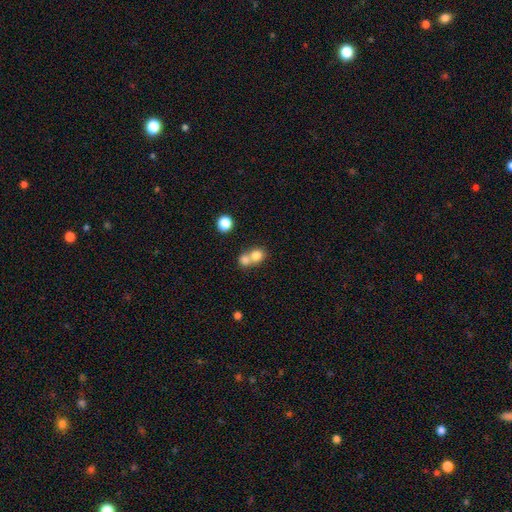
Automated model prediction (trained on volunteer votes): Morphology: type=smooth (78%); roundness=round (74%); merging=merger (61%).